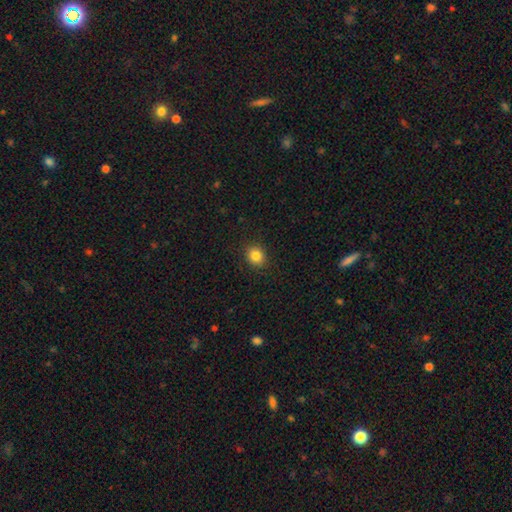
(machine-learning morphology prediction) Smooth or featured: smooth — 84% (star or artifact — 11%)
How rounded: round — 71% (in between — 28%)
Merging: none — 90% (minor disturbance — 7%)